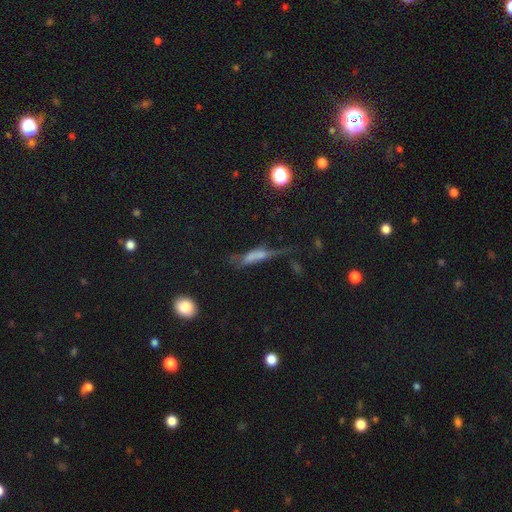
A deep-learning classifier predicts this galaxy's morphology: This appears to be a smooth galaxy with no disk features (47%). Merging: major disturbance (36%).